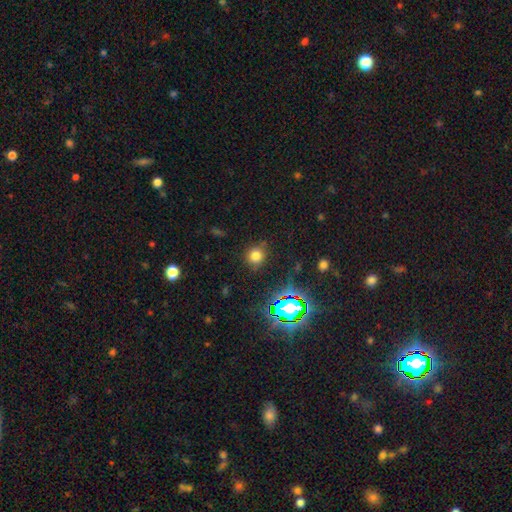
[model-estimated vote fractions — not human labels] A smooth galaxy with no disk features (72%) that is round (87%).

Vote fractions:
- Smooth or featured? smooth: 72% / star or artifact: 21% / featured or disk: 7%
- How rounded? round: 87% / in between: 12% / cigar-shaped: 1%
- Merging? none: 83% / minor disturbance: 11% / major disturbance: 4% / merger: 2%